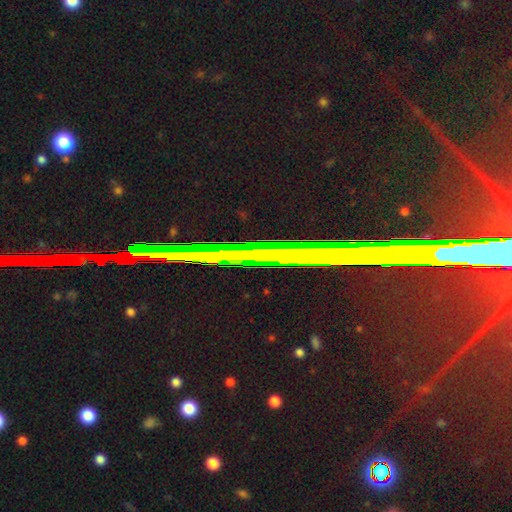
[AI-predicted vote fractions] A star or artifact, not a galaxy (73%).